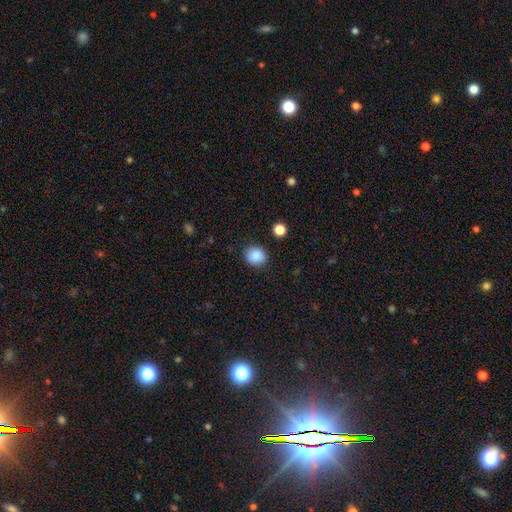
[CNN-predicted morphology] This is clearly a smooth galaxy (87%). How rounded: likely round (75%). Merging: clearly none (86%).